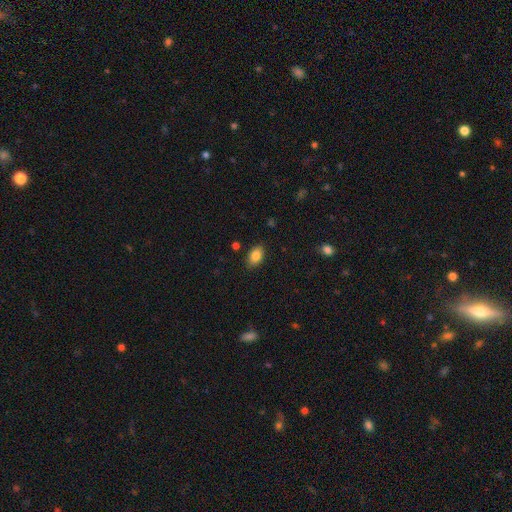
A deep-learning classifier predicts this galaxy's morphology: A smooth galaxy with no disk features (84%) that is in between round and cigar-shaped (89%).

Vote fractions:
- Smooth or featured? smooth: 84% / star or artifact: 8% / featured or disk: 8%
- How rounded? in between: 89% / round: 9% / cigar-shaped: 2%
- Merging? none: 85% / minor disturbance: 11% / major disturbance: 2% / merger: 2%